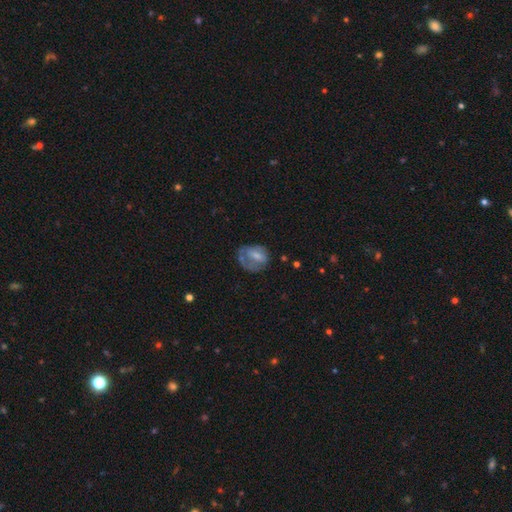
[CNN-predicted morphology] A smooth galaxy with no disk features (53%) that is in between round and cigar-shaped (52%). Merging: none (40%).